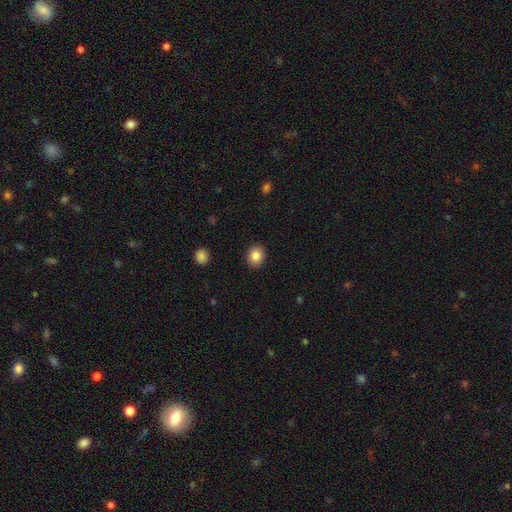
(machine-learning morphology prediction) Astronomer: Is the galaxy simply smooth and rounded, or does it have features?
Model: smooth — 85%.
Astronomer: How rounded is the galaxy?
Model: round — 60% (runner-up: in between, 39%).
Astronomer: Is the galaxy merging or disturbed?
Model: none — 90%.